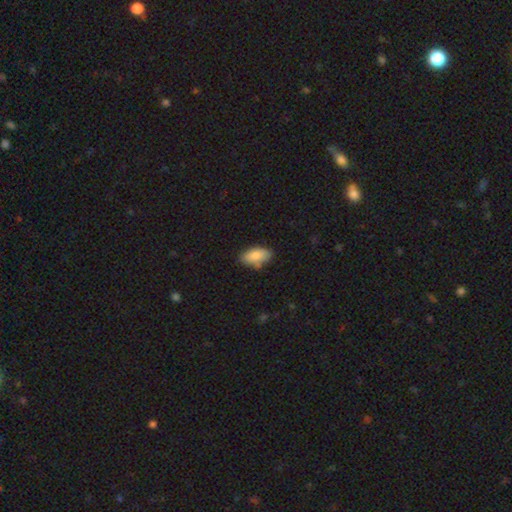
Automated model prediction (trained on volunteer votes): Q: Smooth or featured?
A: smooth (83%); runner-up: featured or disk (10%)
Q: How rounded?
A: in between (92%); runner-up: cigar-shaped (5%)
Q: Merging?
A: none (75%); runner-up: minor disturbance (18%)